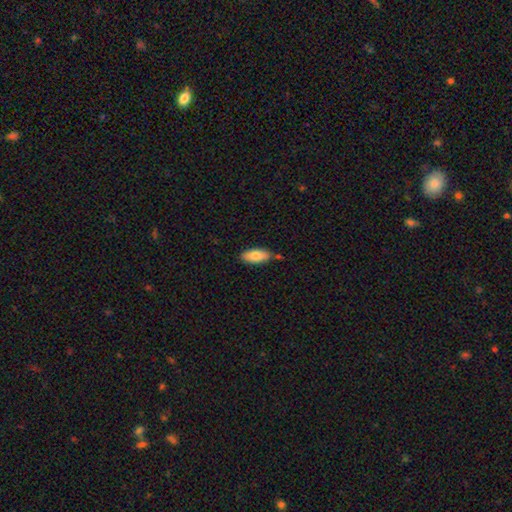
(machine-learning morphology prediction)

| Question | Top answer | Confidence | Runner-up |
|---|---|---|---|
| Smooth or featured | smooth | 82% | featured or disk (12%) |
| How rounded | in between | 84% | cigar-shaped (14%) |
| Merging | none | 74% | minor disturbance (17%) |